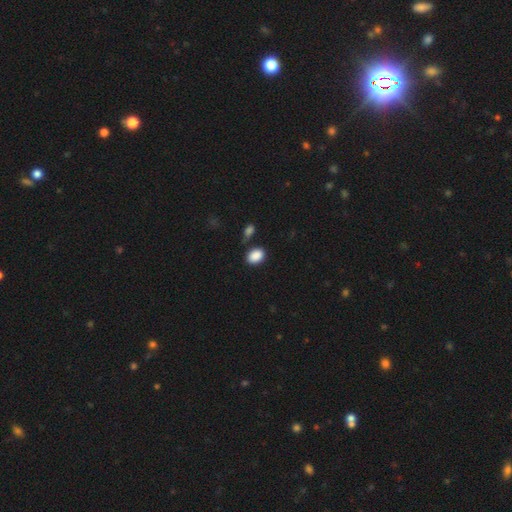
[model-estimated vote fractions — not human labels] smooth_or_featured: smooth (p=0.89) [alt: star or artifact p=0.08]
how_rounded: in between (p=0.75) [alt: round p=0.24]
merging: none (p=0.77) [alt: minor disturbance p=0.12]